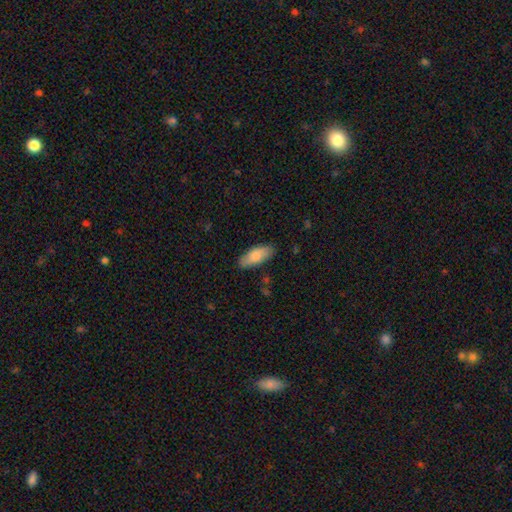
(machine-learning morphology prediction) Smooth or featured? Predicted: smooth (p=0.81). How rounded? Predicted: in between (p=0.83). Merging? Predicted: none (p=0.85).